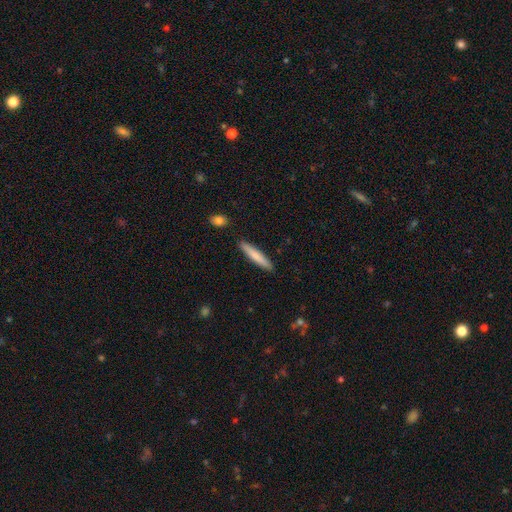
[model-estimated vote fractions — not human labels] smooth 77%, featured or disk 18%, star or artifact 5%. Down the decision tree: how rounded — cigar-shaped (92%); merging — none (90%).